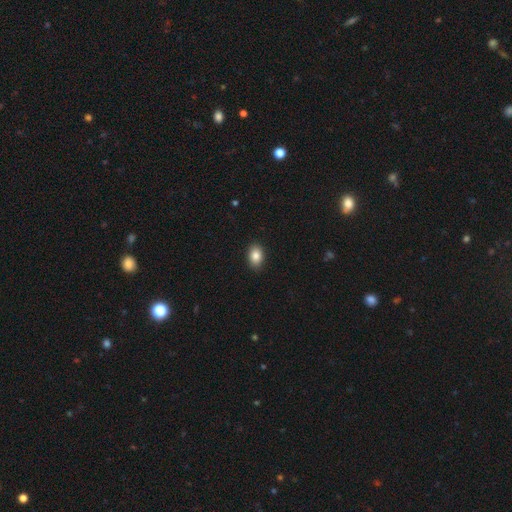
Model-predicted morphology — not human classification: This appears to be a smooth galaxy with no disk features (85%) that is in between round and cigar-shaped (83%). Merging: none (89%).